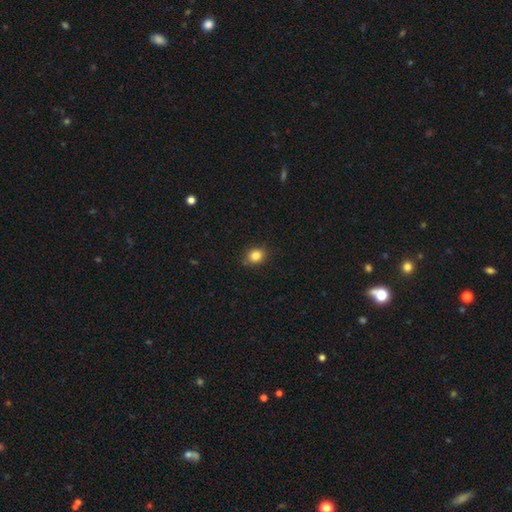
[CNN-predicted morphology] smooth-or-featured: smooth: 83% | star or artifact: 11% | featured or disk: 6%
  how-rounded: round: 70% | in between: 29% | cigar-shaped: 1%
  merging: none: 83% | minor disturbance: 14% | major disturbance: 2% | merger: 1%